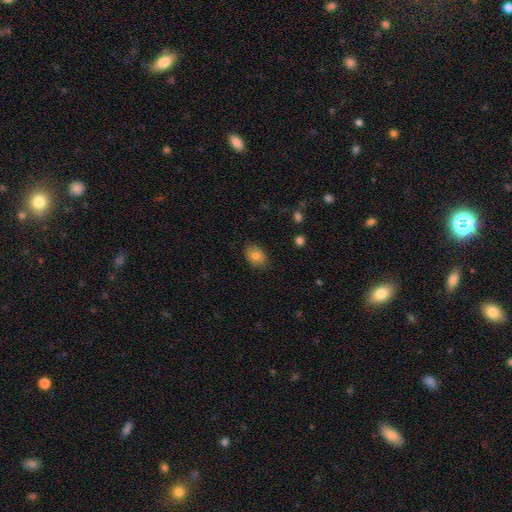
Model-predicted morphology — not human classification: smooth-or-featured: smooth: 81% | featured or disk: 11% | star or artifact: 8%
  how-rounded: in between: 82% | round: 17% | cigar-shaped: 1%
  merging: none: 85% | minor disturbance: 12% | major disturbance: 2% | merger: 1%